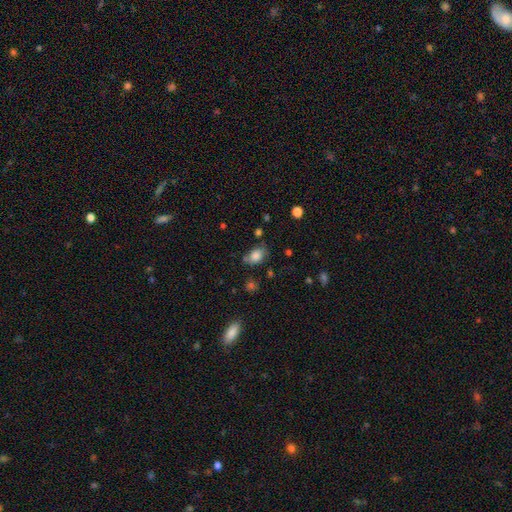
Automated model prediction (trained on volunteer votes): Smooth or featured? smooth (82%)
How rounded? in between (75%)
Merging? none (65%)